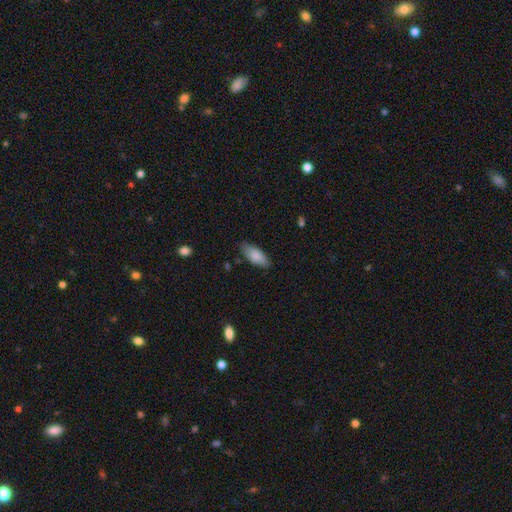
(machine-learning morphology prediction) type=smooth (83%); roundness=in between (82%); merging=none (81%).